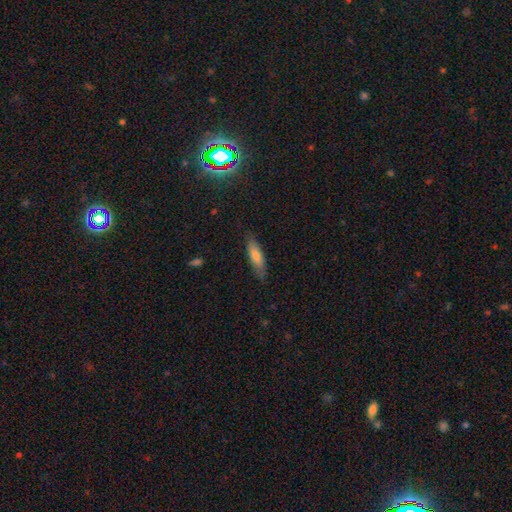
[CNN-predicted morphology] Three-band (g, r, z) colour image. It shows a smooth galaxy with no disk features (63%) that is cigar-shaped (64%). Merging: none (83%).